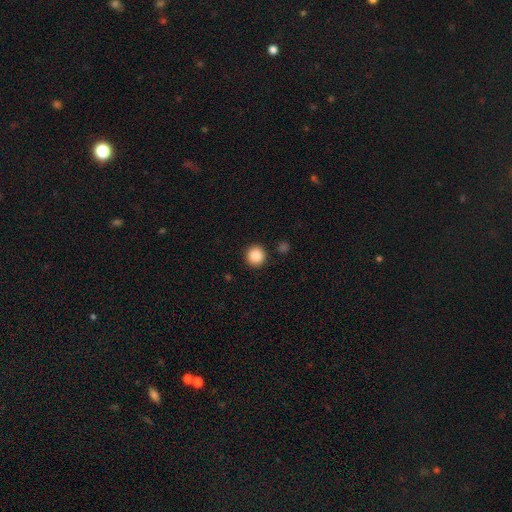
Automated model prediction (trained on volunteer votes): Morphology: type=smooth (88%); roundness=round (93%); merging=none (90%).